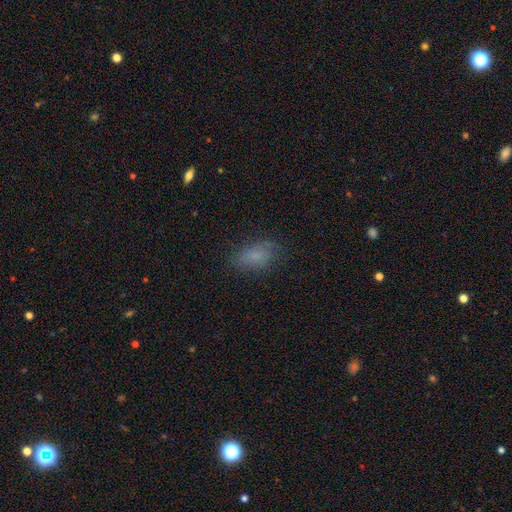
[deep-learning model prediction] The model was most divided on "merging": none: 76%, minor disturbance: 17%, major disturbance: 6%, merger: 1%. More confident: how rounded — in between (88%); smooth or featured — smooth (78%).